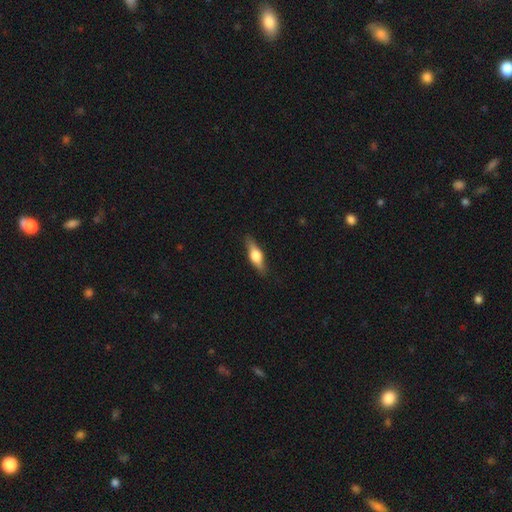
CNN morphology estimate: smooth-or-featured: featured or disk: 51% | smooth: 43% | star or artifact: 7%
  disk-edge-on: yes: 93% | no: 7%
  merging: none: 87% | minor disturbance: 10% | major disturbance: 2% | merger: 1%